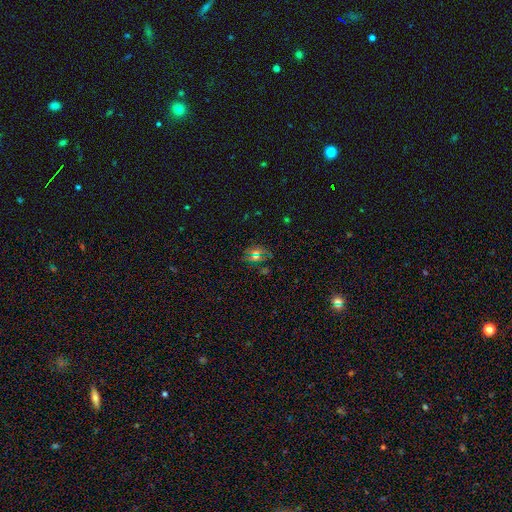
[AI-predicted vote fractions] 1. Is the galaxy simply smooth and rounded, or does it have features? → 46% smooth, 37% star or artifact, 17% featured or disk.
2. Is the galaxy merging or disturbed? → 72% none, 14% minor disturbance, 8% major disturbance, 6% merger.